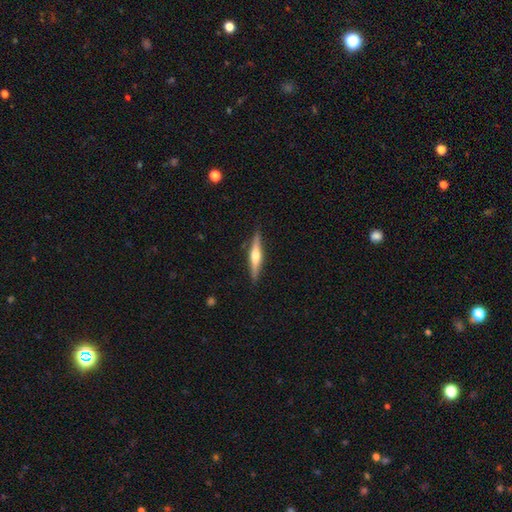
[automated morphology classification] smooth_or_featured: featured or disk (p=0.67) [alt: smooth p=0.28]
disk_edge_on: yes (p=0.97) [alt: no p=0.03]
edge_on_bulge: rounded (p=0.90) [alt: boxy p=0.06]
merging: none (p=0.89) [alt: minor disturbance p=0.08]